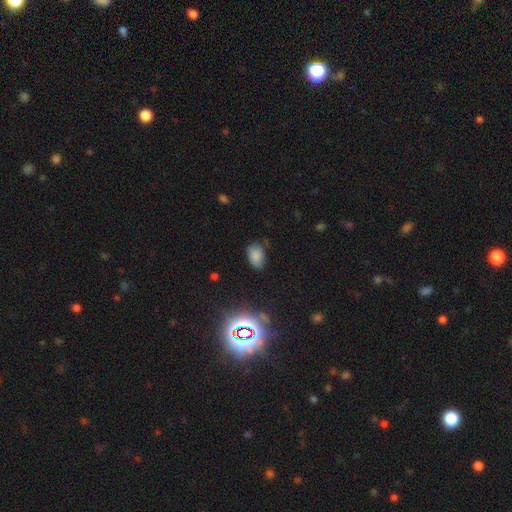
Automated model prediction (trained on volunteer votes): smooth 73%, star or artifact 16%, featured or disk 12%. Down the decision tree: how rounded — in between (84%); merging — none (67%).